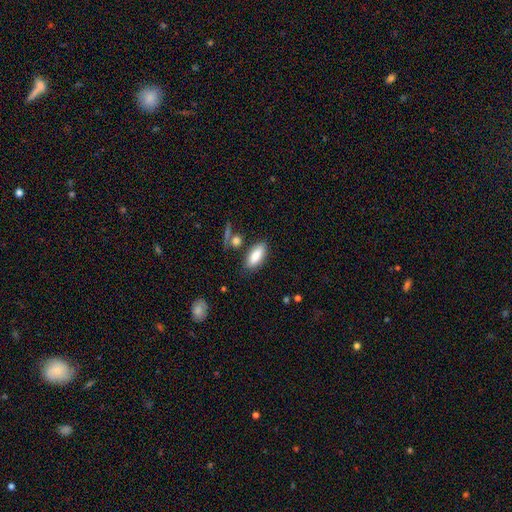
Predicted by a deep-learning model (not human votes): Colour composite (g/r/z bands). It shows a smooth galaxy with no disk features (85%) that is in between round and cigar-shaped (82%). Merging: none (79%).